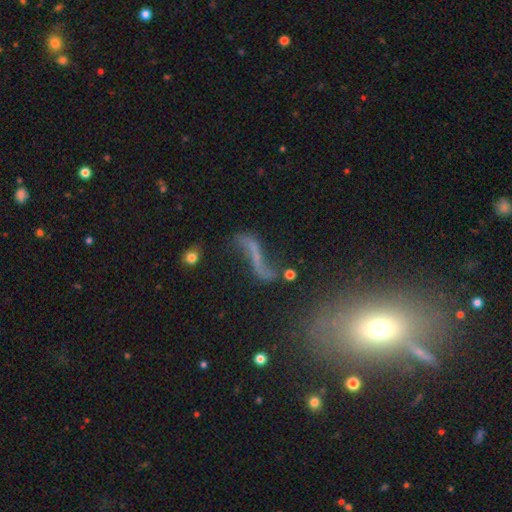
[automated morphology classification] smooth_or_featured: featured or disk (p=0.60) [alt: smooth p=0.22]
disk_edge_on: no (p=0.84) [alt: yes p=0.16]
bar: no (p=0.48) [alt: strong p=0.27]
has_spiral_arms: yes (p=0.68) [alt: no p=0.32]
bulge_size: none (p=0.58) [alt: small p=0.29]
merging: none (p=0.47) [alt: major disturbance p=0.22]